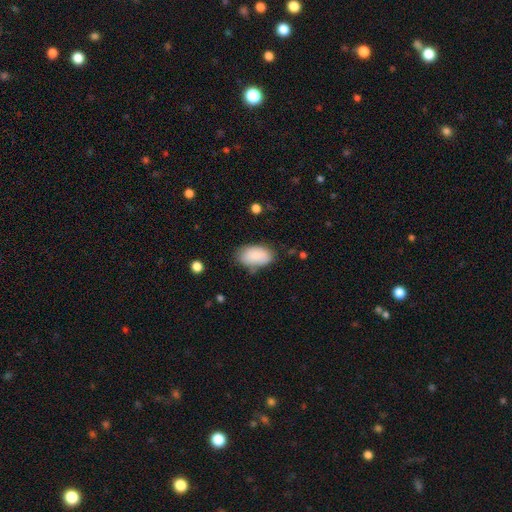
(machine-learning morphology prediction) smooth 87%, star or artifact 7%, featured or disk 6%. Down the decision tree: how rounded — in between (94%); merging — none (71%).